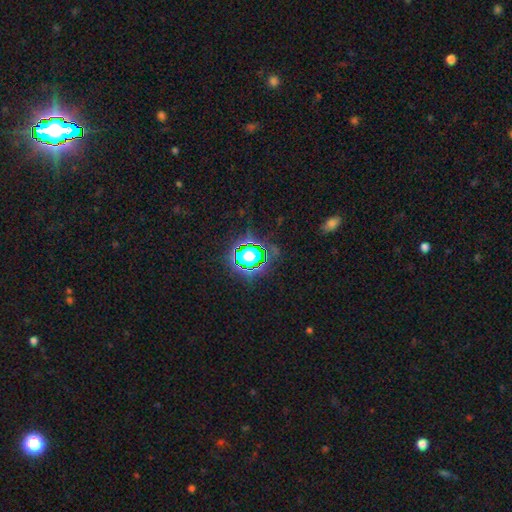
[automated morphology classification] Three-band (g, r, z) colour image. It shows a star or artifact, not a galaxy (77%).